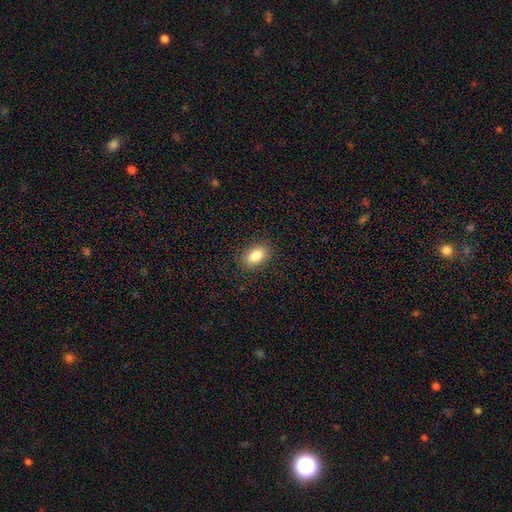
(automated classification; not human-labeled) Smooth or featured? Predicted: smooth (p=0.84). How rounded? Predicted: in between (p=0.86). Merging? Predicted: none (p=0.88).